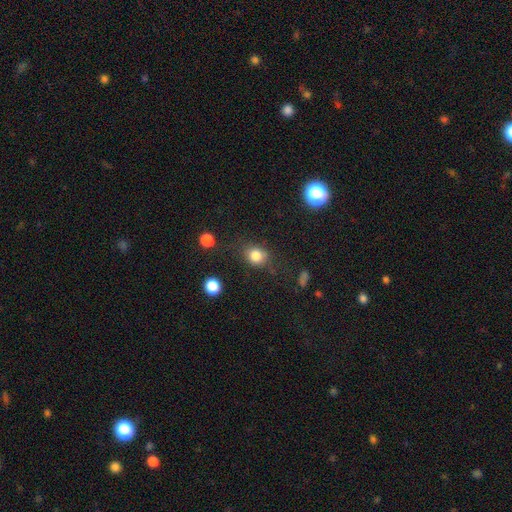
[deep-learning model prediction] smooth-or-featured: smooth: 81% | star or artifact: 12% | featured or disk: 7%
  how-rounded: round: 65% | in between: 34% | cigar-shaped: 1%
  merging: none: 73% | minor disturbance: 17% | major disturbance: 7% | merger: 3%